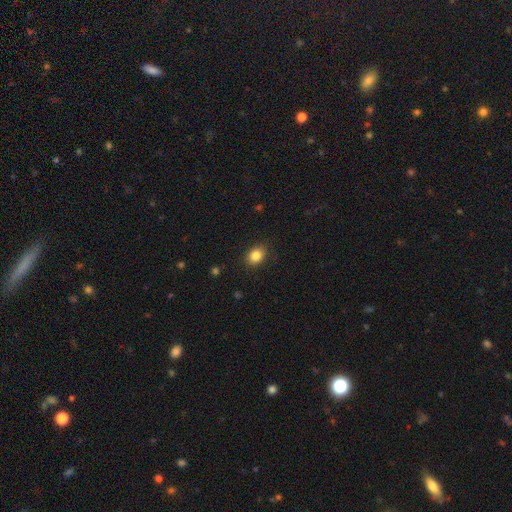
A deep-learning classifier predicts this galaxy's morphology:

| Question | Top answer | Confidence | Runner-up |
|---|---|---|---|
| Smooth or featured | smooth | 85% | star or artifact (10%) |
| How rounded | in between | 62% | round (37%) |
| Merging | none | 87% | minor disturbance (10%) |